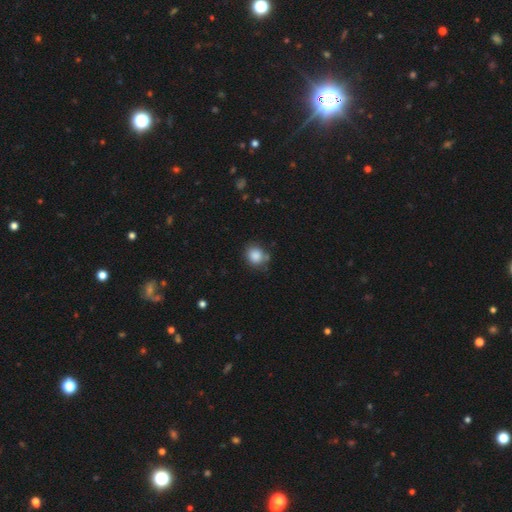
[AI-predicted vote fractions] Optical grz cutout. It shows a smooth galaxy with no disk features (86%) that is round (77%). Merging: none (72%).